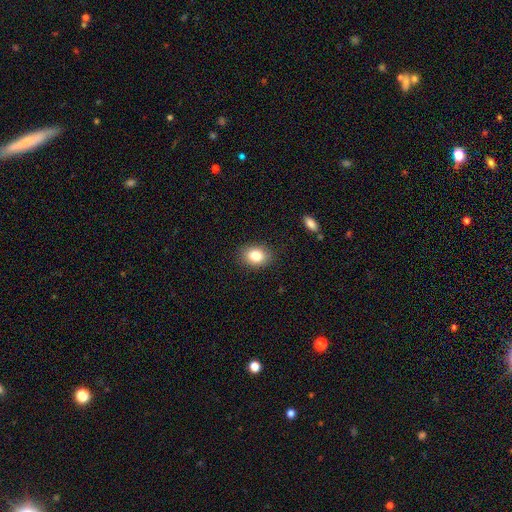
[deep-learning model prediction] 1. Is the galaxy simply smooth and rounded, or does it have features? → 82% smooth, 9% star or artifact, 8% featured or disk.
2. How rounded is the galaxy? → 63% in between, 36% round, 1% cigar-shaped.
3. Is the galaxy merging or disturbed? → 88% none, 9% minor disturbance, 2% major disturbance, 1% merger.